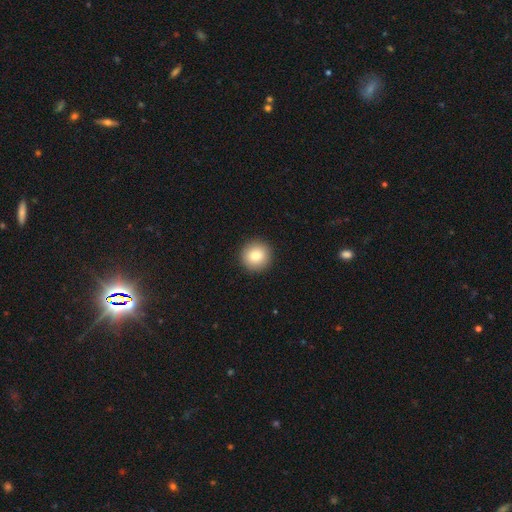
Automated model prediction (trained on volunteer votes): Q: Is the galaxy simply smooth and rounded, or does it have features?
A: smooth — 83%.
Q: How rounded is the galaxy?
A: round — 95%.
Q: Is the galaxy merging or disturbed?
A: none — 93%.